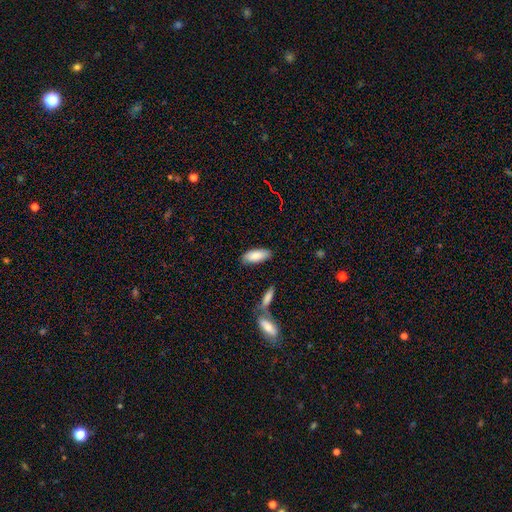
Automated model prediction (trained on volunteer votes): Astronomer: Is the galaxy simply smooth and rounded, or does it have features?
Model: smooth — 83%.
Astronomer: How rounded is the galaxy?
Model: in between — 79%.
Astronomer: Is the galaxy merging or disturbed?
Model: none — 82%.